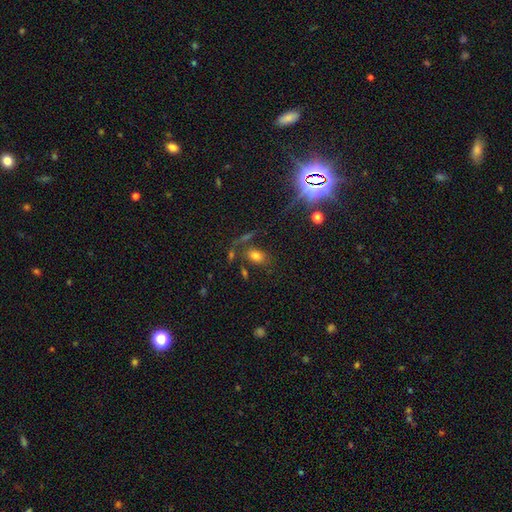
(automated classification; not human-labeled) Q: Smooth or featured?
A: smooth (73%); runner-up: star or artifact (15%)
Q: How rounded?
A: in between (83%); runner-up: round (15%)
Q: Merging?
A: none (63%); runner-up: merger (14%)